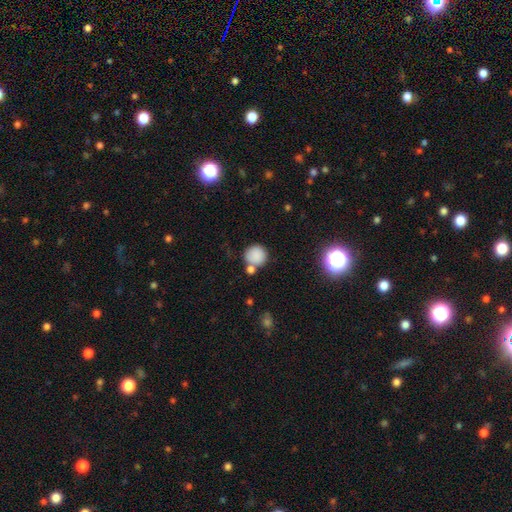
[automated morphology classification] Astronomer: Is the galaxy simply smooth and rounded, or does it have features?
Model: smooth — 85%.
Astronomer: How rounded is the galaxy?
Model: round — 91%.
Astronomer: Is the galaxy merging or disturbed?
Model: none — 66%.